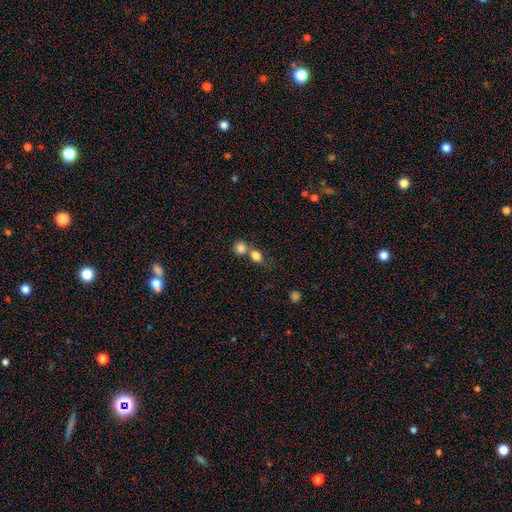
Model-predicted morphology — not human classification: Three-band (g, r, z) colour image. It shows a smooth galaxy with no disk features (82%) that is round (64%). Merging: merger (48%).